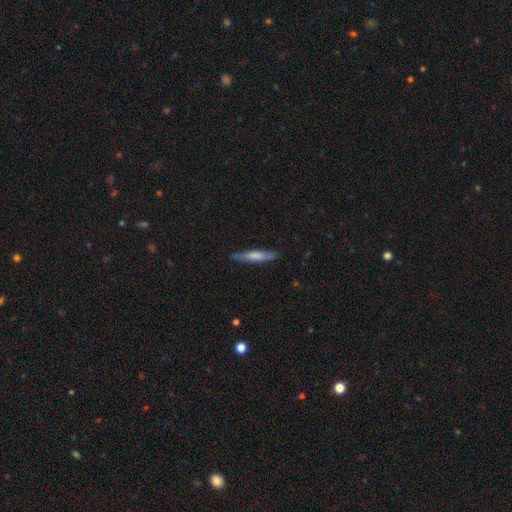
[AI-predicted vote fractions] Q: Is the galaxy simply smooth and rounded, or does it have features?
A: smooth — 58%.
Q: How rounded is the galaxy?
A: cigar-shaped — 91%.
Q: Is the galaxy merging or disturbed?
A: none — 83%.